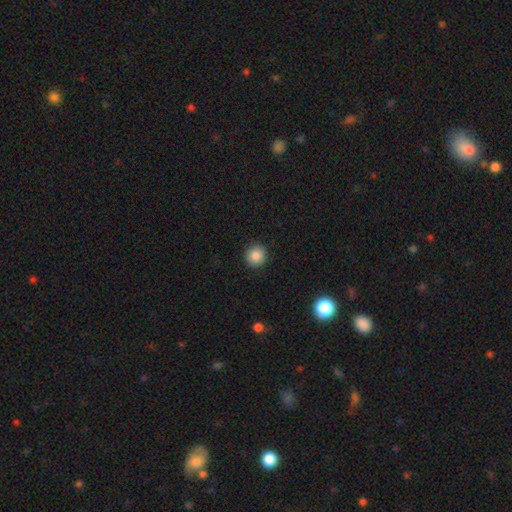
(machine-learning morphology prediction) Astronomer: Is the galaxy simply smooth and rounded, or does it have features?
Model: smooth — 86%.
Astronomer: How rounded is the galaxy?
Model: round — 92%.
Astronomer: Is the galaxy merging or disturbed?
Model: none — 92%.